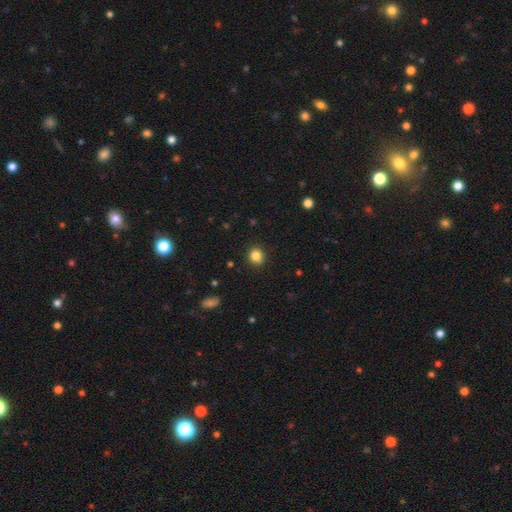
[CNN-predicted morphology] This is clearly a smooth galaxy (84%). How rounded: clearly round (82%). Merging: clearly none (90%).